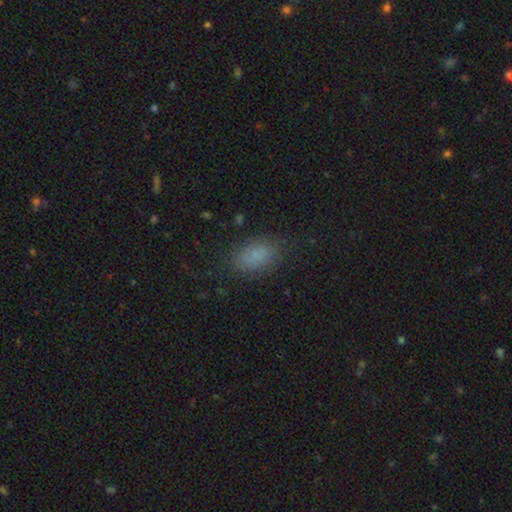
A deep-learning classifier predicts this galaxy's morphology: This is clearly a smooth galaxy (81%). How rounded: clearly in between (90%). Merging: likely none (79%).